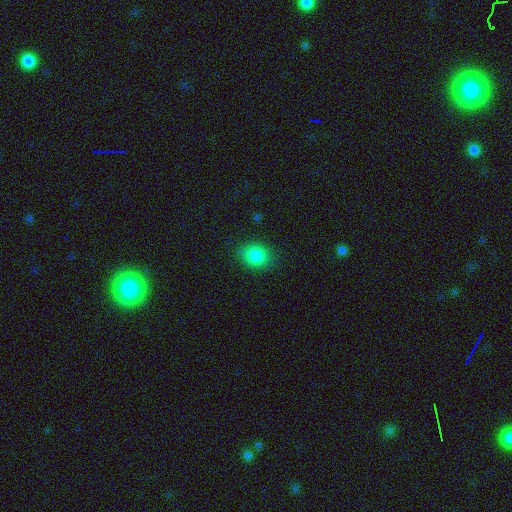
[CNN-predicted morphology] The model was most divided on "how rounded": round: 56%, in between: 43%, cigar-shaped: 1%. More confident: merging — none (86%); smooth or featured — smooth (84%).